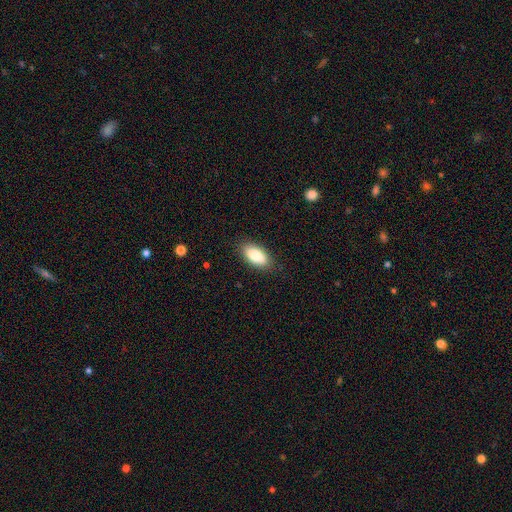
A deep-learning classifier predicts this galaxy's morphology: A smooth galaxy with no disk features (86%) that is in between round and cigar-shaped (91%). Merging: none (86%).